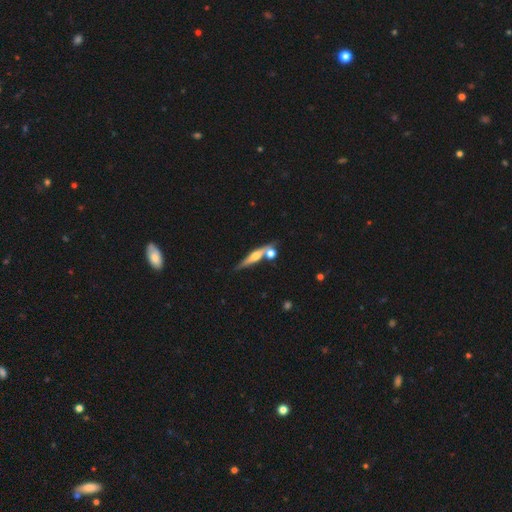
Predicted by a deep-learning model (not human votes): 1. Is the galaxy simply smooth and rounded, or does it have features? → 63% featured or disk, 29% smooth, 8% star or artifact.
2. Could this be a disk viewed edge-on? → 94% yes, 6% no.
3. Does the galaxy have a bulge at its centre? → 85% rounded, 8% boxy, 7% none.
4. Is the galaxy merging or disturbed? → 65% none, 20% merger, 11% minor disturbance, 4% major disturbance.